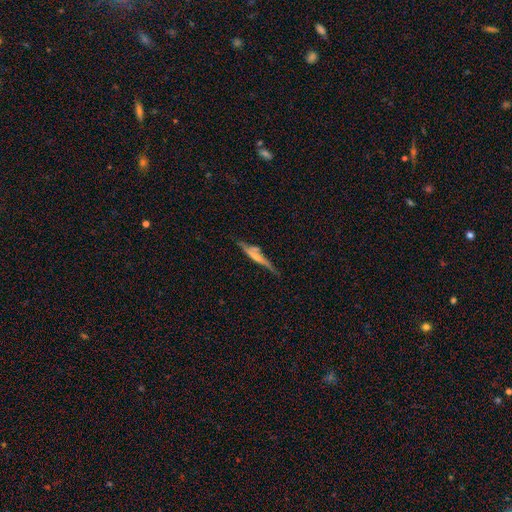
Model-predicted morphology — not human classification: A featured or disk galaxy (59%) viewed edge-on (87%) with a rounded central bulge (57%).

Vote fractions:
- Smooth or featured? featured or disk: 59% / smooth: 34% / star or artifact: 7%
- Edge-on disk? yes: 87% / no: 13%
- Edge-on bulge? rounded: 57% / none: 26% / boxy: 16%
- Merging? none: 58% / minor disturbance: 23% / merger: 11% / major disturbance: 8%